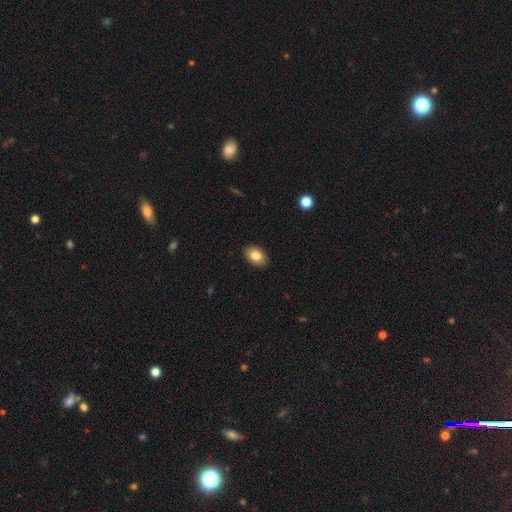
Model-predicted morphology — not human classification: This is clearly a smooth galaxy (82%). How rounded: likely in between (79%). Merging: clearly none (90%).